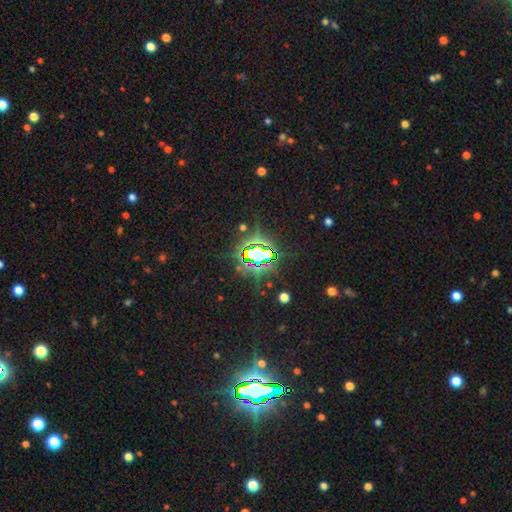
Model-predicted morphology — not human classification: A star or artifact, not a galaxy (77%).

Vote fractions:
- Smooth or featured? star or artifact: 77% / smooth: 13% / featured or disk: 10%